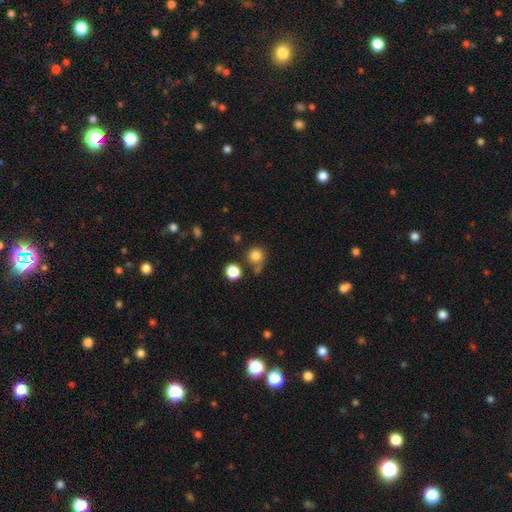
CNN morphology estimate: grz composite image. It shows a smooth galaxy with no disk features (82%) that is round (92%). Merging: none (67%).